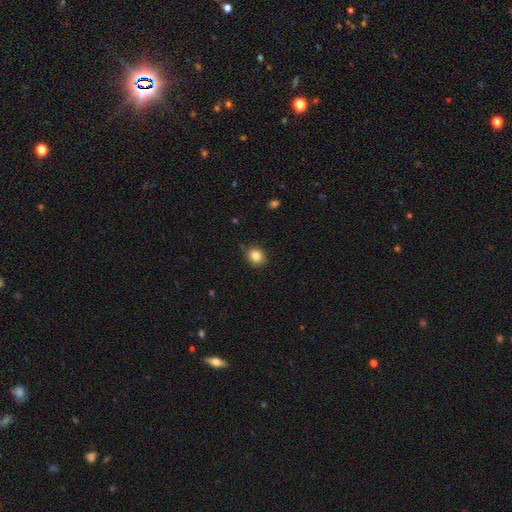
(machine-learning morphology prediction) Overall: smooth (83%). How rounded: round (69%; in between 30%). Merging: none (83%).